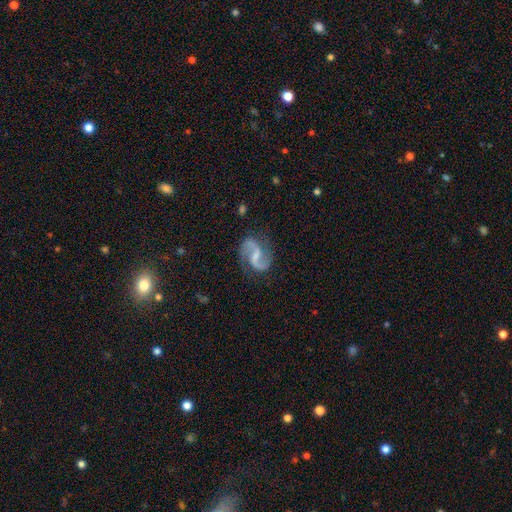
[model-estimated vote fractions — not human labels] Morphology: type=featured or disk (90%); edge-on=no (98%); bar=weak (50%); spiral arms=yes (98%); winding=loose (46%); arm count=2 (94%); bulge=small (38%); merging=none (80%).